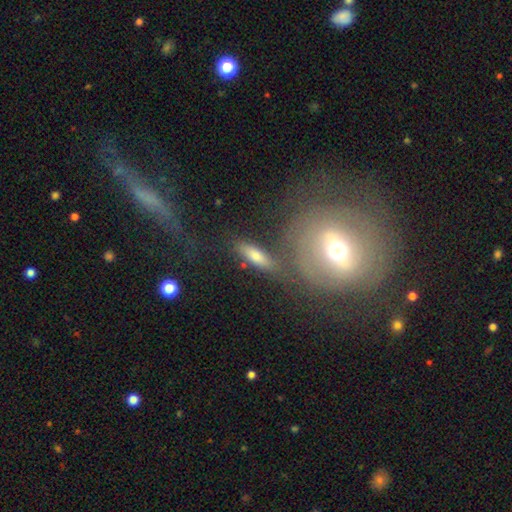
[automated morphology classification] Smooth or featured? featured or disk (46%)
Merging? none (55%)